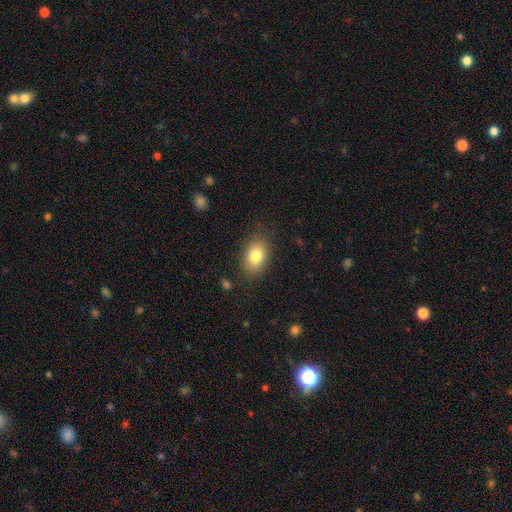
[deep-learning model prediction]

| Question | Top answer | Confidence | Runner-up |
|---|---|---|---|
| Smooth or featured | smooth | 81% | featured or disk (10%) |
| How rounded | in between | 85% | round (13%) |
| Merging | none | 83% | minor disturbance (12%) |